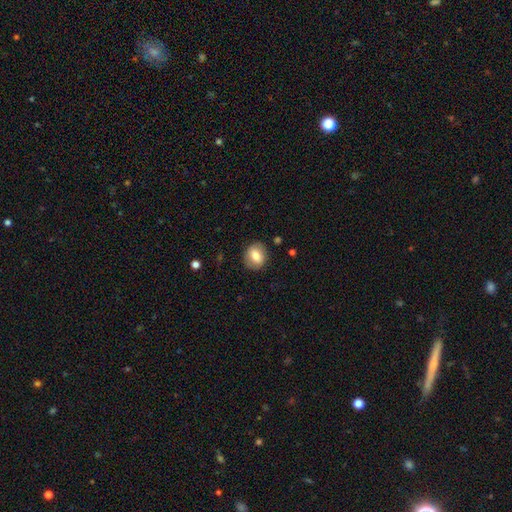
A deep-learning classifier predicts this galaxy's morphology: smooth-or-featured: smooth: 72% | featured or disk: 20% | star or artifact: 8%
  how-rounded: round: 68% | in between: 31% | cigar-shaped: 1%
  merging: none: 85% | minor disturbance: 11% | major disturbance: 3% | merger: 1%